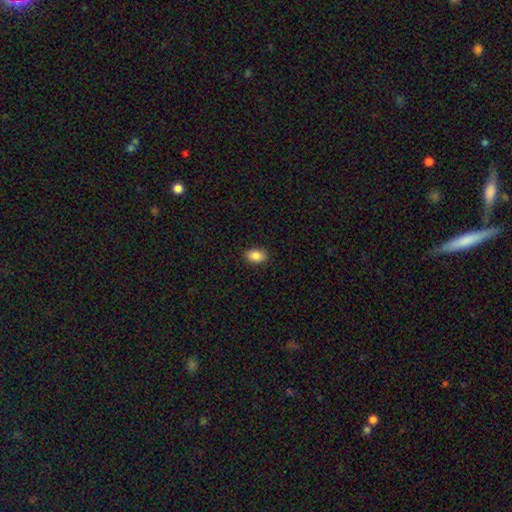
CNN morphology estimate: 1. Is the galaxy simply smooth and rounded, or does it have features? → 87% smooth, 8% star or artifact, 4% featured or disk.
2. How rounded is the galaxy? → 86% in between, 13% round, 1% cigar-shaped.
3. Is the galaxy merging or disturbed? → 87% none, 9% minor disturbance, 2% major disturbance, 1% merger.